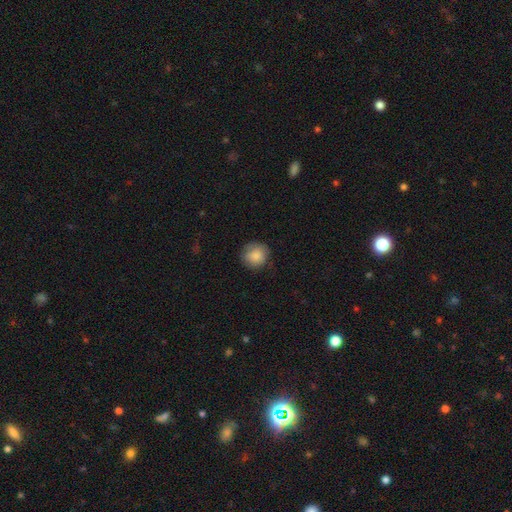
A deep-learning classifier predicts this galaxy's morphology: This is clearly a smooth galaxy (86%). How rounded: clearly round (91%). Merging: clearly none (81%).